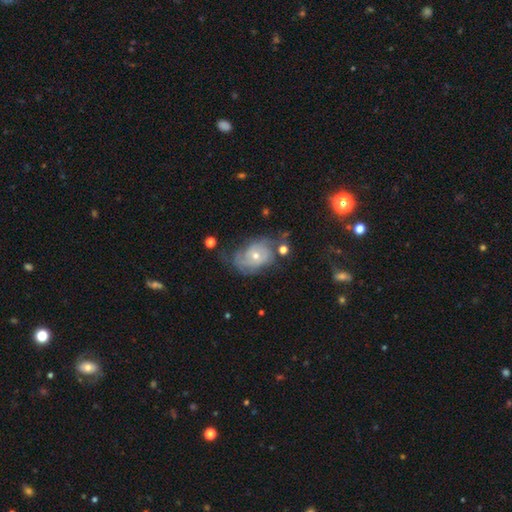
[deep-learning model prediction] Overall: featured or disk (72%). Edge-on disk: no (96%). Bar: no (77%). Spiral arms: yes (83%). Spiral arm count: can't tell (45%; 2 27%). Spiral winding: tight (56%; medium 31%). Bulge size: small (51%; moderate 46%). Merging: none (50%; minor disturbance 27%).